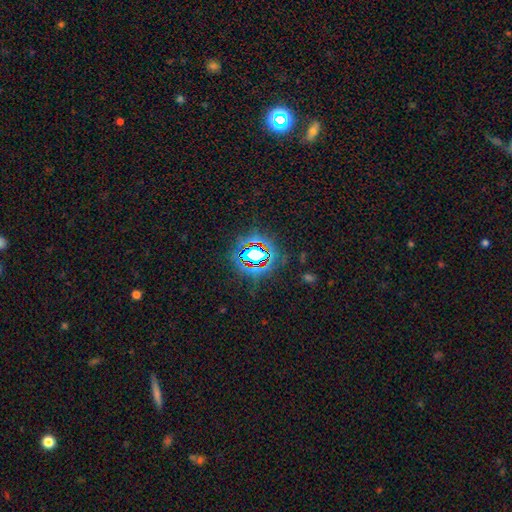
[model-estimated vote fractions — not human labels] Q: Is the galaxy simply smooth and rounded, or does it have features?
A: star or artifact — 73%.